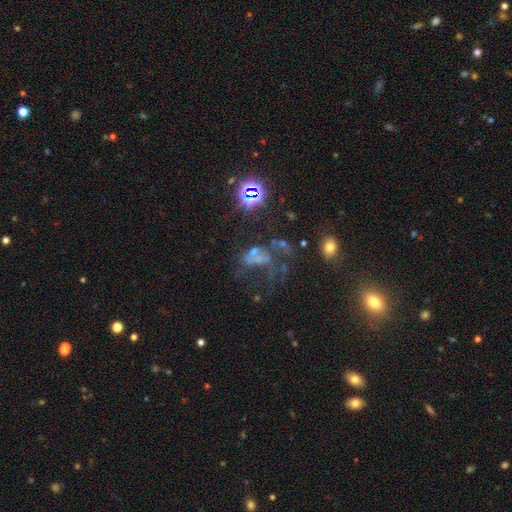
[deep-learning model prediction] Smooth or featured? Predicted: featured or disk (p=0.39). Merging? Predicted: major disturbance (p=0.36).